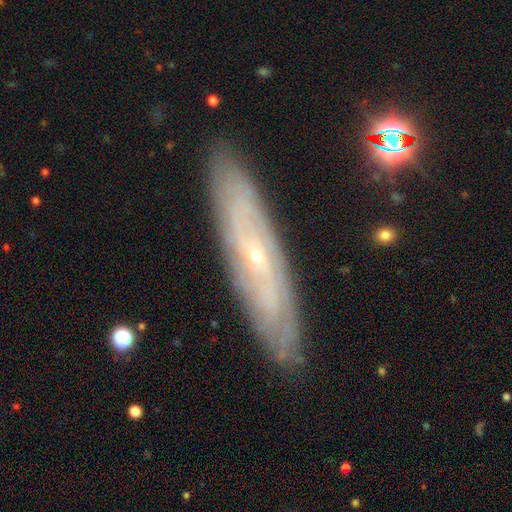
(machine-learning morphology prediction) Smooth or featured? Predicted: featured or disk (p=0.77). Edge-on disk? Predicted: no (p=0.65). Bar? Predicted: no (p=0.66). Spiral arms? Predicted: yes (p=0.84). Bulge size? Predicted: small (p=0.84). Merging? Predicted: none (p=0.87).